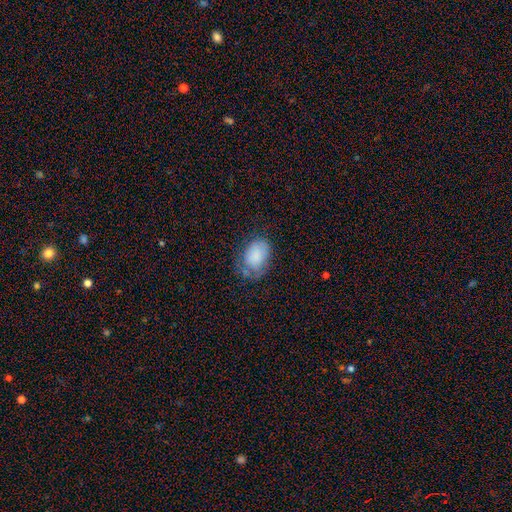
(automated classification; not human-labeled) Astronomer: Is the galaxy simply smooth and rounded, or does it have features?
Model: smooth — 78%.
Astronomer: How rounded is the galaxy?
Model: in between — 85%.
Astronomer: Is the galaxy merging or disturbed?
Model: none — 51% (runner-up: minor disturbance, 31%).